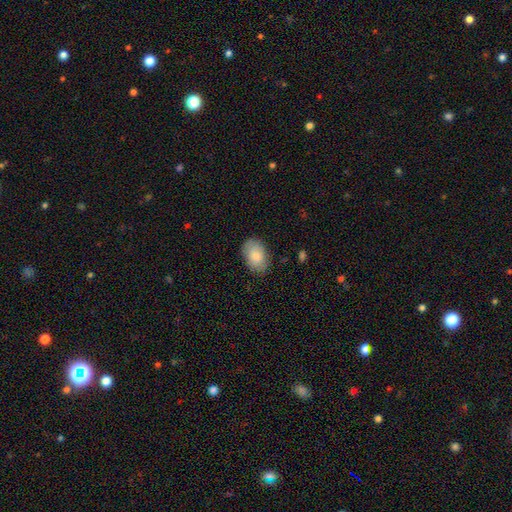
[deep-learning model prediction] Q: Smooth or featured?
A: smooth (83%); runner-up: featured or disk (11%)
Q: How rounded?
A: in between (87%); runner-up: round (12%)
Q: Merging?
A: none (82%); runner-up: minor disturbance (14%)